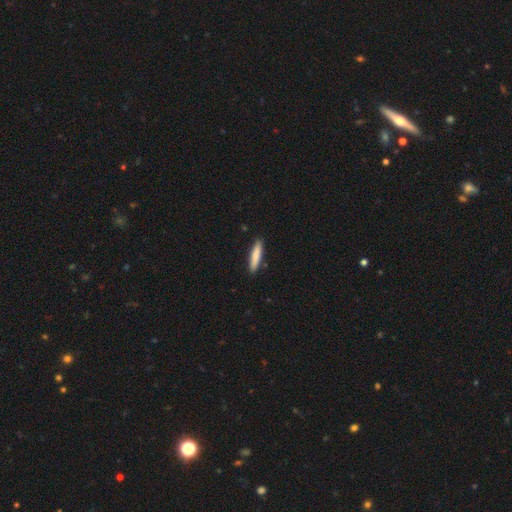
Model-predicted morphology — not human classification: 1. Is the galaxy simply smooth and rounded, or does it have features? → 81% smooth, 13% featured or disk, 5% star or artifact.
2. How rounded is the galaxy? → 86% cigar-shaped, 13% in between, 1% round.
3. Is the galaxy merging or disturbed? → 88% none, 9% minor disturbance, 2% major disturbance, 1% merger.